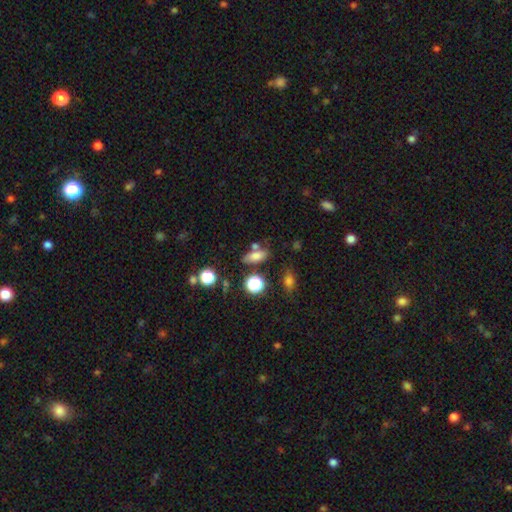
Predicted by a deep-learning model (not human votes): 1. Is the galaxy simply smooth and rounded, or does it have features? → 74% smooth, 15% star or artifact, 10% featured or disk.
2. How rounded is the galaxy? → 73% in between, 16% cigar-shaped, 11% round.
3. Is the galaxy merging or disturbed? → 63% none, 17% merger, 14% minor disturbance, 5% major disturbance.